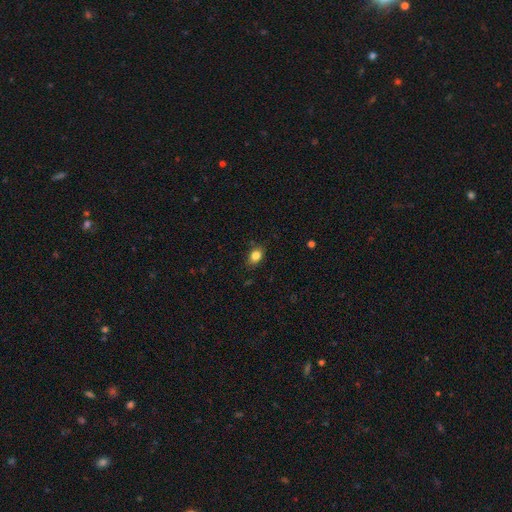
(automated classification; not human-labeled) Overall: smooth (84%). How rounded: in between (75%). Merging: none (82%).